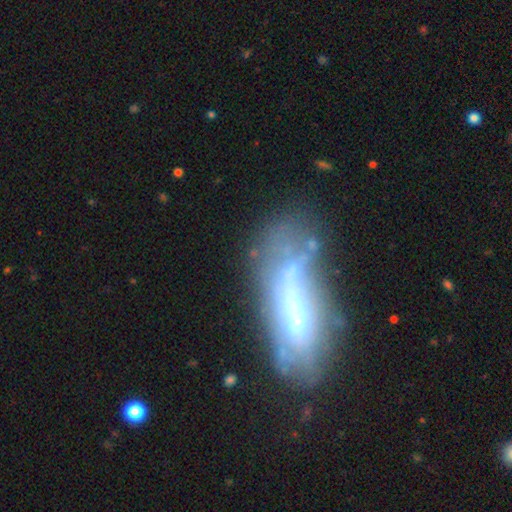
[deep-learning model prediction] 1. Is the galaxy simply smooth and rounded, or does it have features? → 52% featured or disk, 36% smooth, 12% star or artifact.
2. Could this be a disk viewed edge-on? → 74% no, 26% yes.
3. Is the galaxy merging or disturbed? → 42% none, 26% minor disturbance, 24% major disturbance, 9% merger.